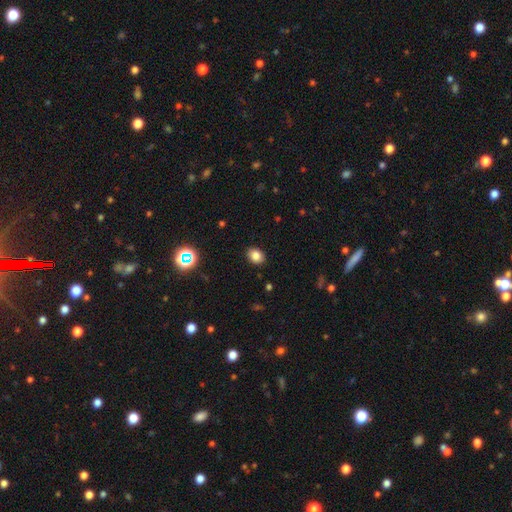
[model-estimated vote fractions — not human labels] The model was most divided on "how rounded": in between: 57%, round: 42%, cigar-shaped: 1%. More confident: merging — none (89%); smooth or featured — smooth (83%).